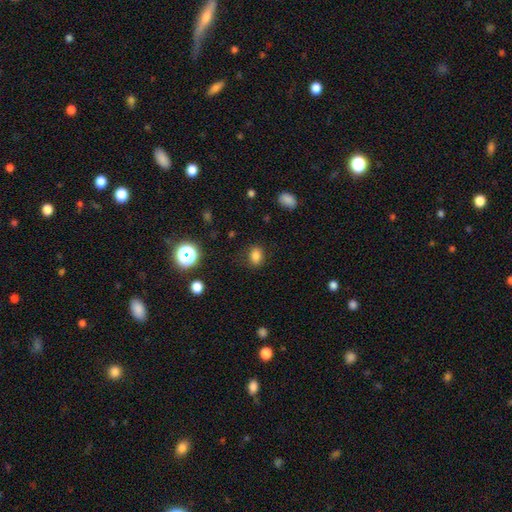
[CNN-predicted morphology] A smooth galaxy with no disk features (80%) that is in between round and cigar-shaped (67%).

Vote fractions:
- Smooth or featured? smooth: 80% / star or artifact: 14% / featured or disk: 6%
- How rounded? in between: 67% / round: 32% / cigar-shaped: 1%
- Merging? none: 83% / minor disturbance: 12% / major disturbance: 4% / merger: 2%